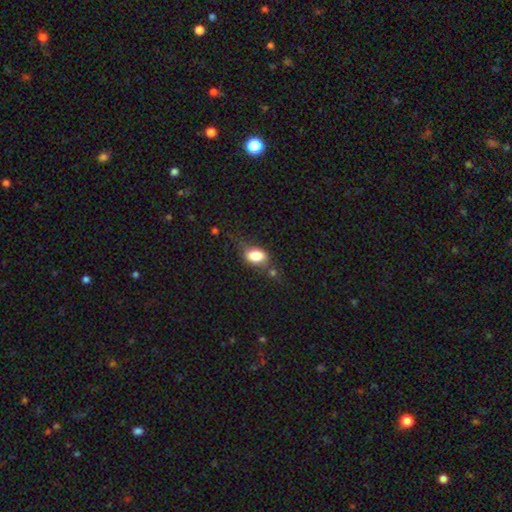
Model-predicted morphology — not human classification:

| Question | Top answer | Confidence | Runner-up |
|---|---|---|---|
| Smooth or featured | smooth | 79% | featured or disk (13%) |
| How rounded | in between | 82% | round (15%) |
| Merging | none | 52% | minor disturbance (26%) |